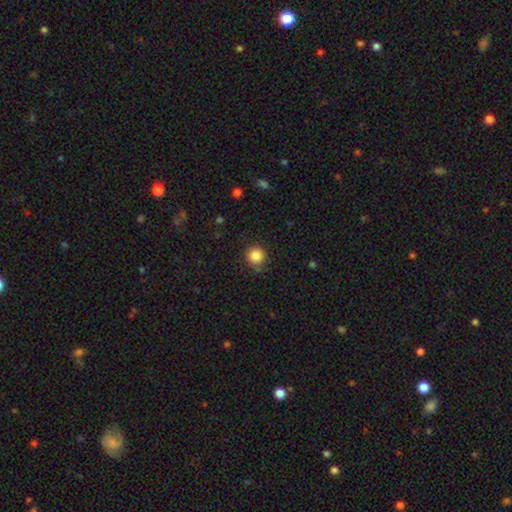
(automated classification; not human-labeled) This appears to be a smooth galaxy with no disk features (86%) that is round (94%). Merging: none (83%).